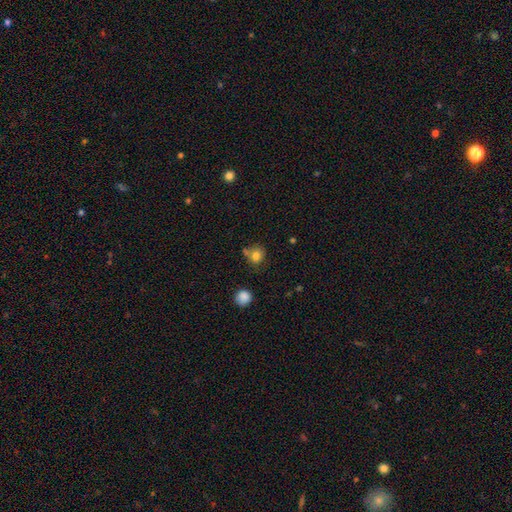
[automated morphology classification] smooth-or-featured: smooth: 79% | star or artifact: 12% | featured or disk: 9%
  how-rounded: round: 79% | in between: 20% | cigar-shaped: 1%
  merging: none: 62% | merger: 19% | minor disturbance: 15% | major disturbance: 4%